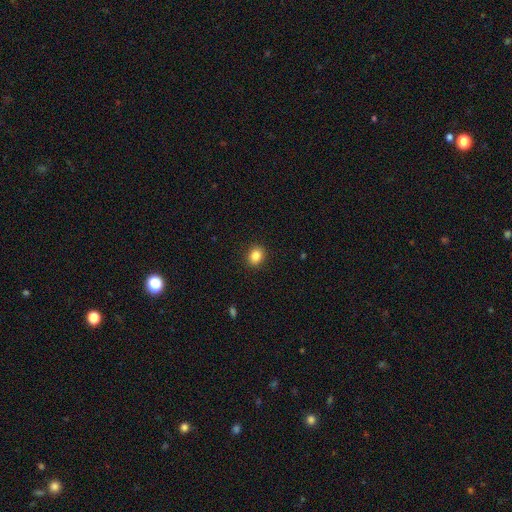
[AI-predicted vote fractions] Q: Smooth or featured?
A: smooth (85%); runner-up: star or artifact (10%)
Q: How rounded?
A: round (59%); runner-up: in between (40%)
Q: Merging?
A: none (90%); runner-up: minor disturbance (7%)